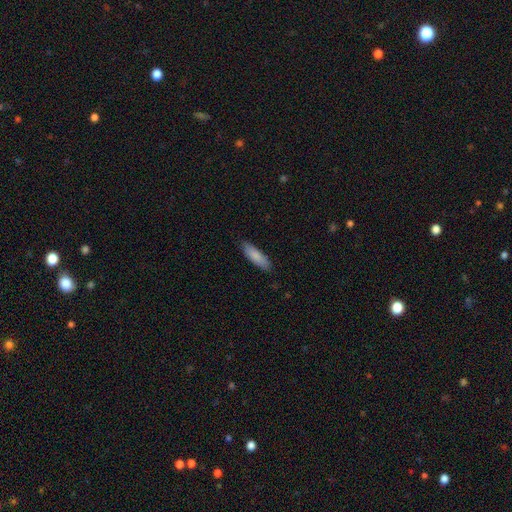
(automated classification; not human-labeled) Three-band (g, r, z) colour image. It shows a smooth galaxy with no disk features (85%) that is cigar-shaped (58%). Merging: none (85%).